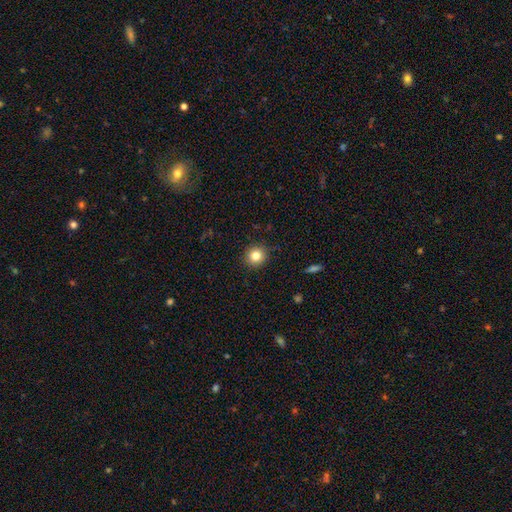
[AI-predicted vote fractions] Smooth or featured: smooth — 83% (star or artifact — 11%)
How rounded: round — 93% (in between — 6%)
Merging: none — 91% (minor disturbance — 6%)